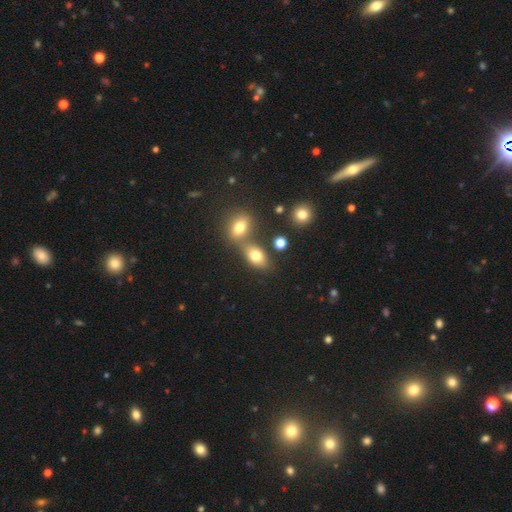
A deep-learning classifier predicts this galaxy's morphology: smooth_or_featured: smooth (p=0.76) [alt: star or artifact p=0.12]
how_rounded: in between (p=0.78) [alt: round p=0.19]
merging: none (p=0.50) [alt: merger p=0.35]